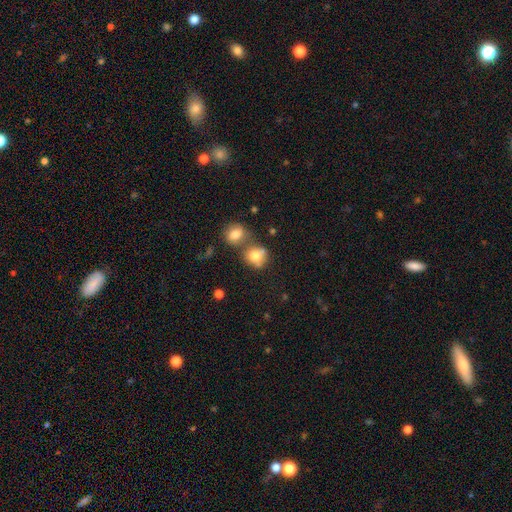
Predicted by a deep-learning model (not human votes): Q: Smooth or featured?
A: smooth (77%); runner-up: featured or disk (12%)
Q: How rounded?
A: round (77%); runner-up: in between (22%)
Q: Merging?
A: none (43%); runner-up: merger (39%)